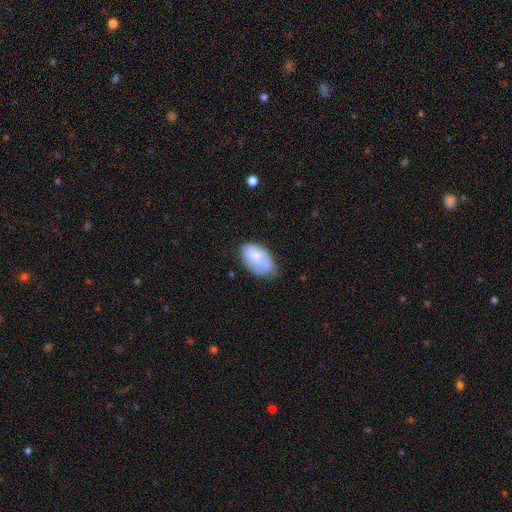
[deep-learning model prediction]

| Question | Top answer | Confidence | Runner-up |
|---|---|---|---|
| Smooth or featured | smooth | 72% | featured or disk (21%) |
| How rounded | in between | 93% | round (5%) |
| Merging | none | 51% | minor disturbance (37%) |